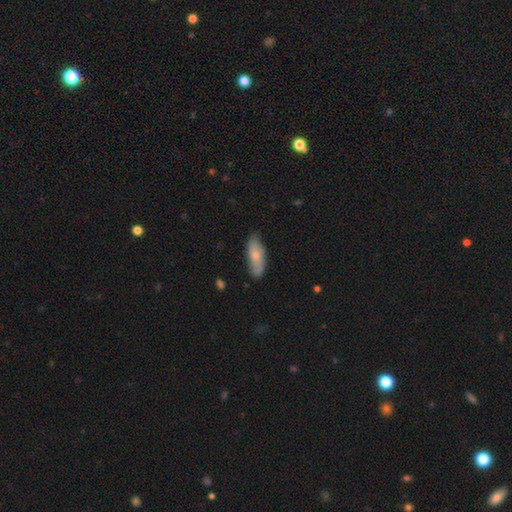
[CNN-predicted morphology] Smooth or featured? Predicted: smooth (p=0.68). How rounded? Predicted: in between (p=0.71). Merging? Predicted: none (p=0.74).